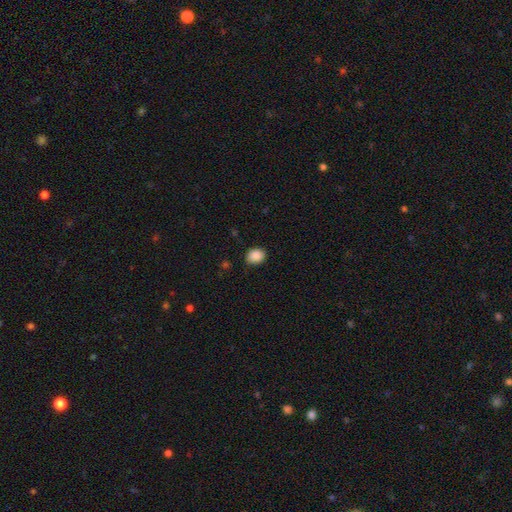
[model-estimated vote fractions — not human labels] Smooth or featured: smooth — 88% (star or artifact — 9%)
How rounded: round — 55% (in between — 44%)
Merging: none — 85% (minor disturbance — 11%)